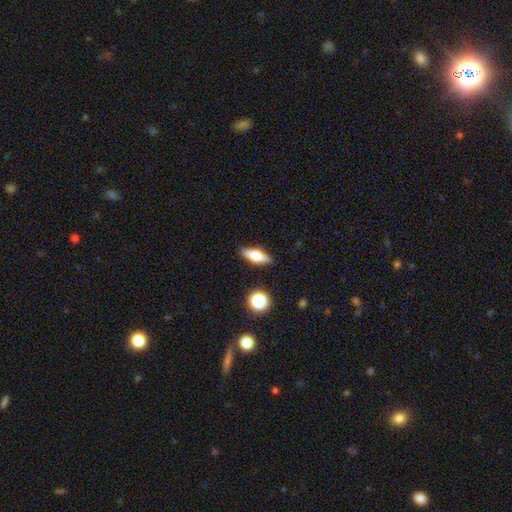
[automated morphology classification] The model was most divided on "smooth or featured": smooth: 59%, featured or disk: 33%, star or artifact: 8%. More confident: merging — none (87%); how rounded — in between (61%).